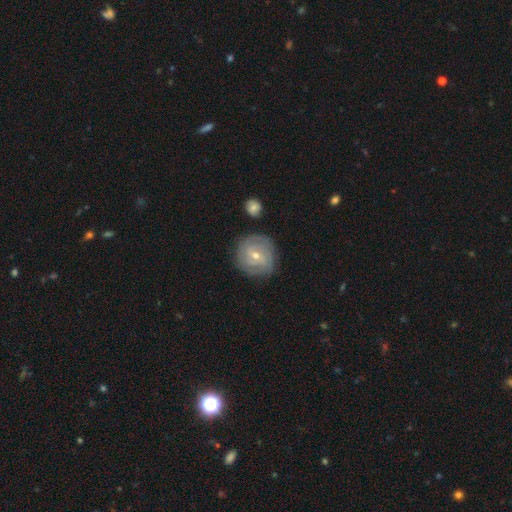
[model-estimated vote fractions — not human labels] featured or disk 68%, smooth 24%, star or artifact 8%. Down the decision tree: edge-on disk — no (97%); bar — no (50%); spiral arms — yes (85%); spiral arm count — can't tell (43%); spiral winding — tight (71%); bulge size — small (57%); merging — none (81%).